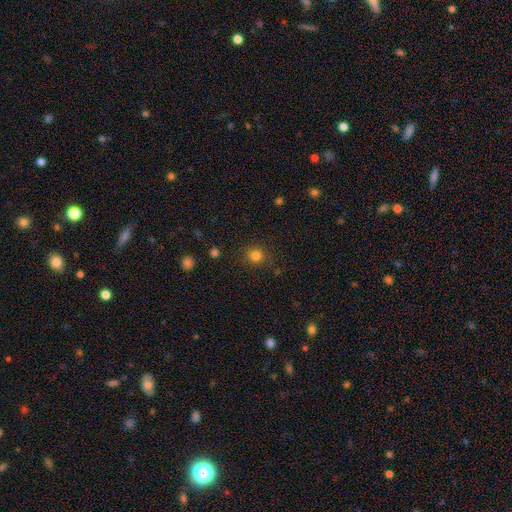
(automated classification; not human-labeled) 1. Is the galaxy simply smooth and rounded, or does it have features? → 81% smooth, 13% star or artifact, 5% featured or disk.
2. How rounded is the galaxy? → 84% round, 15% in between, 1% cigar-shaped.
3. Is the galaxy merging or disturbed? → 84% none, 10% minor disturbance, 4% major disturbance, 2% merger.